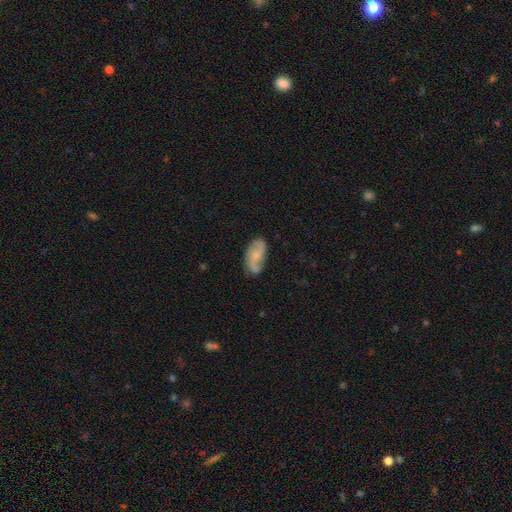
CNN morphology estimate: smooth_or_featured: featured or disk (p=0.59) [alt: smooth p=0.34]
disk_edge_on: no (p=0.95) [alt: yes p=0.05]
bar: no (p=0.61) [alt: weak p=0.33]
has_spiral_arms: yes (p=0.90) [alt: no p=0.10]
spiral_winding: loose (p=0.46) [alt: medium p=0.38]
spiral_arm_count: 2 (p=0.85) [alt: can't tell p=0.08]
bulge_size: small (p=0.45) [alt: moderate p=0.27]
merging: none (p=0.68) [alt: minor disturbance p=0.22]